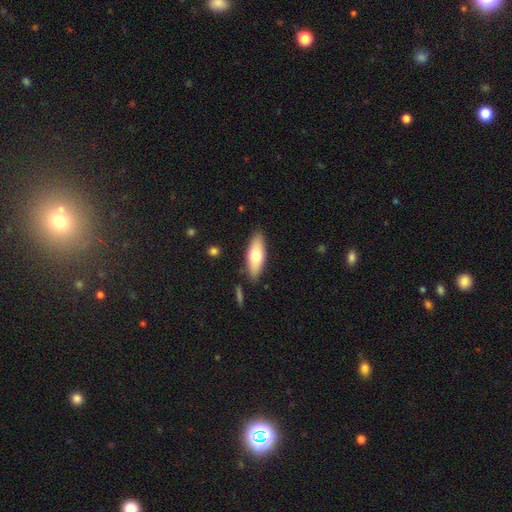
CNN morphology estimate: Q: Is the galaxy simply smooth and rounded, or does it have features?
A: smooth — 68%.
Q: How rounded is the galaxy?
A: in between — 66%.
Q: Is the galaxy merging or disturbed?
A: none — 85%.